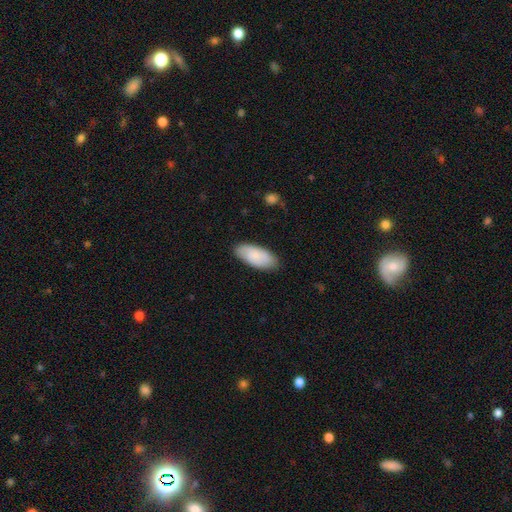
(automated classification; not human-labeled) The model was most divided on "smooth or featured": smooth: 80%, featured or disk: 14%, star or artifact: 6%. More confident: how rounded — in between (89%); merging — none (83%).